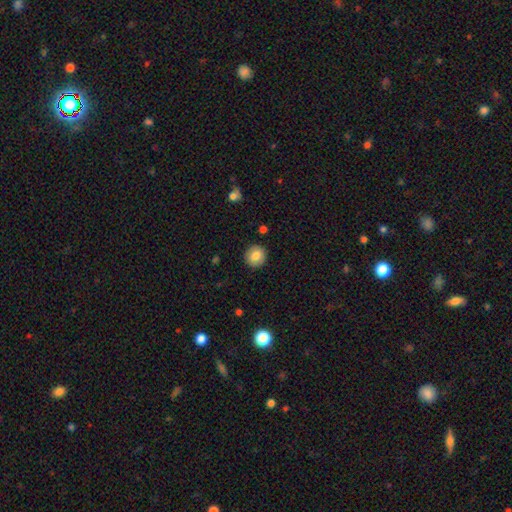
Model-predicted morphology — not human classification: The model was most divided on "smooth or featured": smooth: 81%, featured or disk: 10%, star or artifact: 9%. More confident: how rounded — round (91%); merging — none (91%).